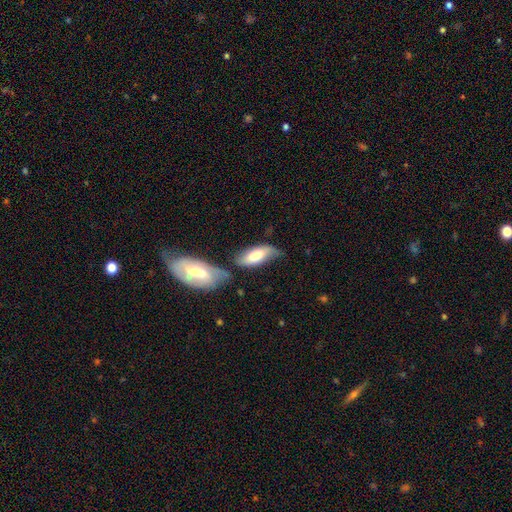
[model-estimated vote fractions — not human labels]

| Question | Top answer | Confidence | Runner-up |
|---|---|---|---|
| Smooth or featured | smooth | 68% | featured or disk (26%) |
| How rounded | in between | 78% | cigar-shaped (20%) |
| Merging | none | 44% | minor disturbance (26%) |